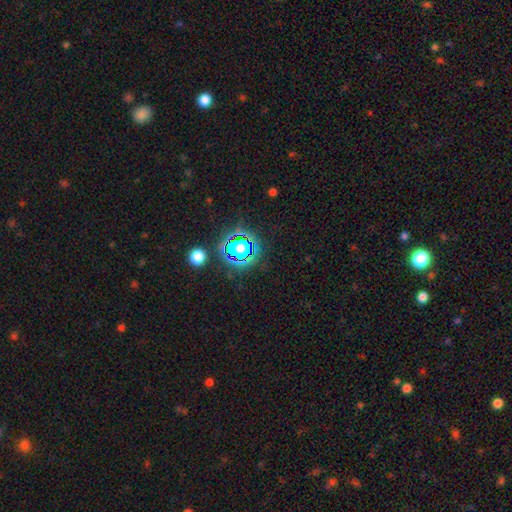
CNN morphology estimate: This is clearly a star or artifact rather than a galaxy (80%).